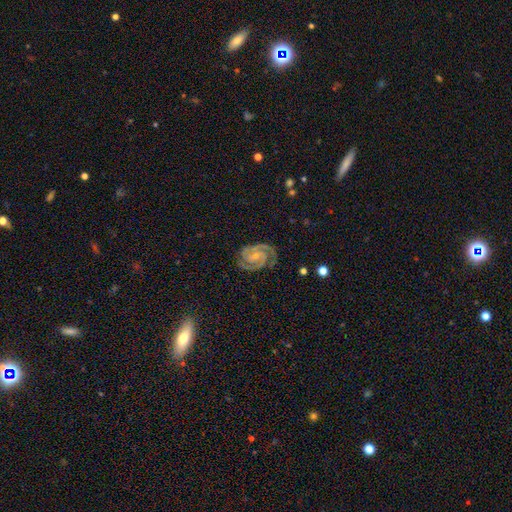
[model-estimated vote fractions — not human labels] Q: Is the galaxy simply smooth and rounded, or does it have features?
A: featured or disk — 91%.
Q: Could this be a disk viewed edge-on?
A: no — 98%.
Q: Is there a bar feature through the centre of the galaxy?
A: no — 51%.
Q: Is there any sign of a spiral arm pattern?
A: yes — 99%.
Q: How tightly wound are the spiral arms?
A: tight — 62%.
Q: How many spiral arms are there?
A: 2 — 71%.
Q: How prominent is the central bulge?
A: small — 69%.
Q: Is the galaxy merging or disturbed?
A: none — 78%.